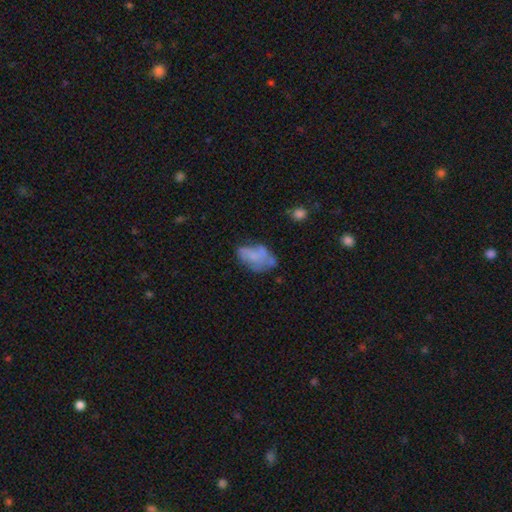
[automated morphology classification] This is possibly a smooth galaxy (48%). Merging: marginally none (38%).